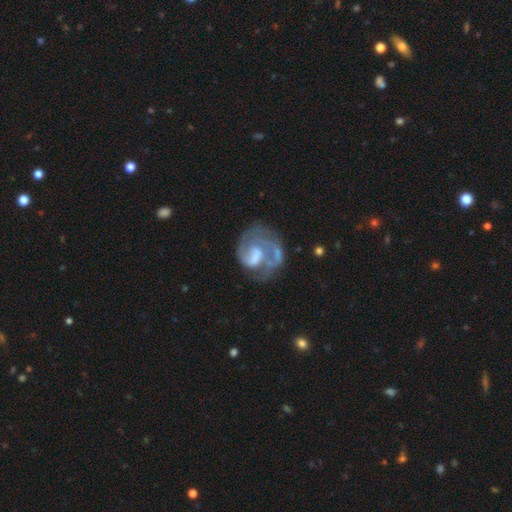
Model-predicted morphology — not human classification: The model was most divided on "spiral arm count" (2-way tie): 2: 32%, 1: 32%, can't tell: 25%, 3: 7%, 4: 2%, more than 4: 2%. Remaining: edge-on disk — no (98%); smooth or featured — featured or disk (73%); spiral arms — yes (73%); bar — weak (45%); spiral winding — tight (42%); merging — none (40%); bulge size — moderate (35%).